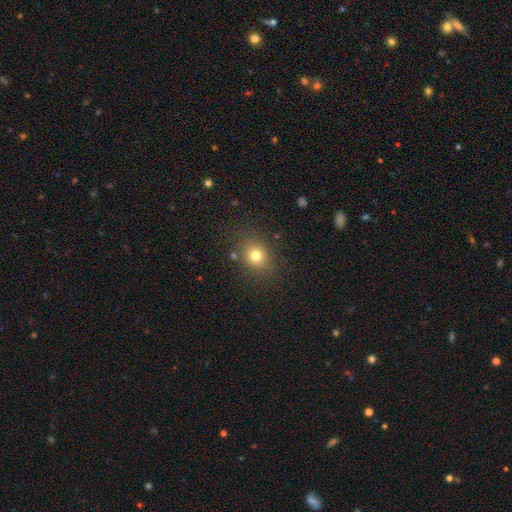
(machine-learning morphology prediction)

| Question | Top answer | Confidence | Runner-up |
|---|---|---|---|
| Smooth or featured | smooth | 76% | star or artifact (15%) |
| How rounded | round | 65% | in between (34%) |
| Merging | none | 82% | minor disturbance (11%) |